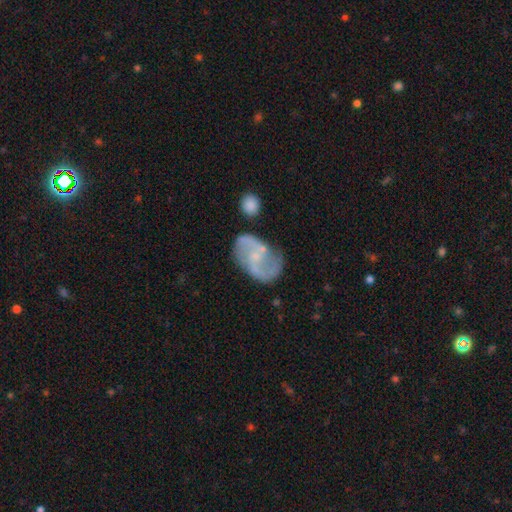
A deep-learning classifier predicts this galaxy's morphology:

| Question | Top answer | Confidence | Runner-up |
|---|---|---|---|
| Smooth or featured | featured or disk | 82% | smooth (12%) |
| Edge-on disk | no | 97% | yes (3%) |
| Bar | no | 46% | weak (42%) |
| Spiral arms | yes | 92% | no (8%) |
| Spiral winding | loose | 46% | medium (42%) |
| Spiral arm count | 2 | 89% | can't tell (5%) |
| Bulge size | small | 65% | moderate (19%) |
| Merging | none | 61% | minor disturbance (21%) |